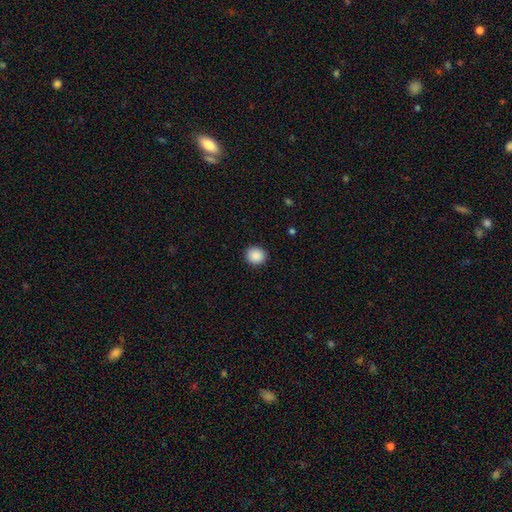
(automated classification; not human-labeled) This appears to be a smooth galaxy with no disk features (89%) that is round (82%). Merging: none (90%).